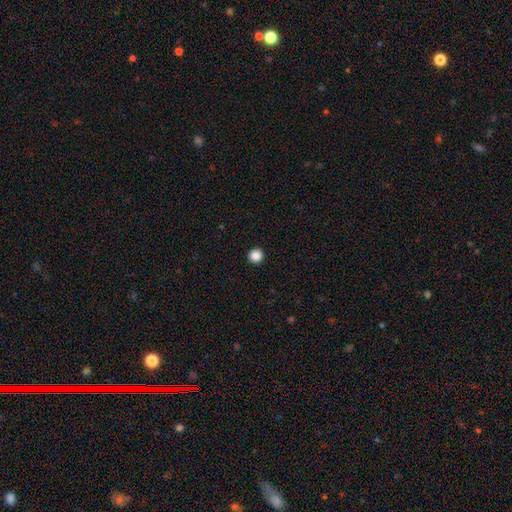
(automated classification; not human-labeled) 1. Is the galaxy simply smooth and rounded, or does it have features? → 87% smooth, 11% star or artifact, 3% featured or disk.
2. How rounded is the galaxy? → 96% round, 3% in between, 1% cigar-shaped.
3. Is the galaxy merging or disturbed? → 94% none, 4% minor disturbance, 1% major disturbance, 1% merger.